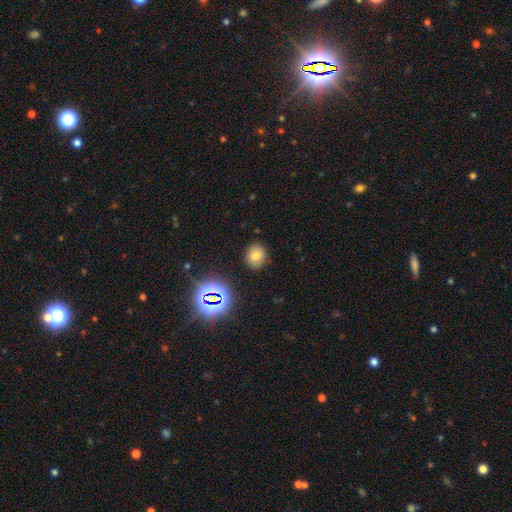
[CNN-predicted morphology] Smooth or featured? smooth (70%)
How rounded? round (65%)
Merging? none (87%)